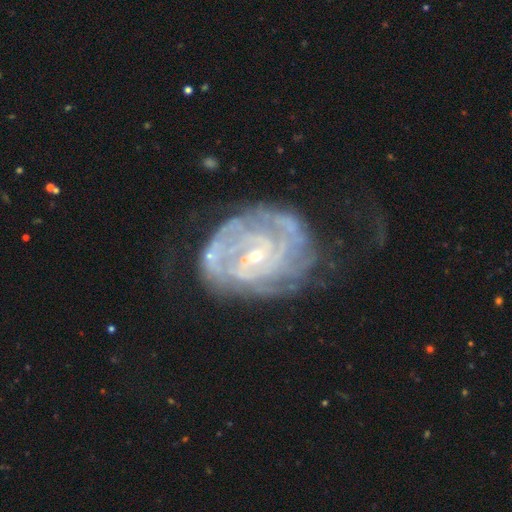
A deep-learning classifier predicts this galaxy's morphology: Smooth or featured? Predicted: featured or disk (p=0.87). Edge-on disk? Predicted: no (p=0.97). Bar? Predicted: no (p=0.49). Spiral arms? Predicted: yes (p=0.93). Spiral winding? Predicted: tight (p=0.71). Spiral arm count? Predicted: can't tell (p=0.37). Bulge size? Predicted: small (p=0.77). Merging? Predicted: none (p=0.53).